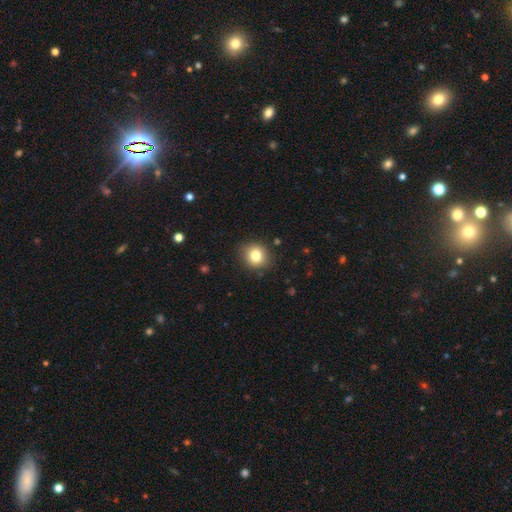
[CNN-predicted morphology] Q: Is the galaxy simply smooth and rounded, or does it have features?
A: smooth — 81%.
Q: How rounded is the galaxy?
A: round — 81%.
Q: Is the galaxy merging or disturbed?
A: none — 89%.